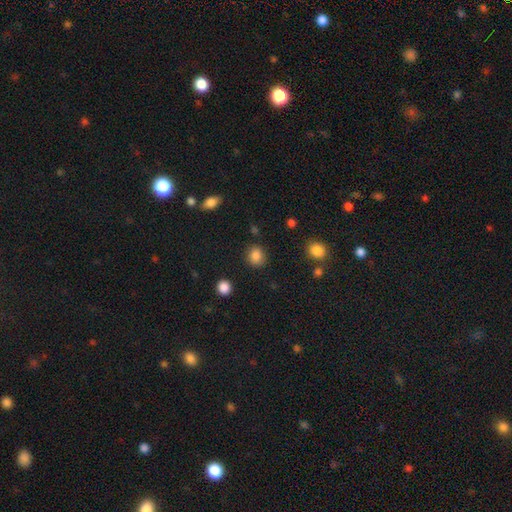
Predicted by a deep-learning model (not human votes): This is clearly a smooth galaxy (86%). How rounded: likely round (74%). Merging: clearly none (86%).